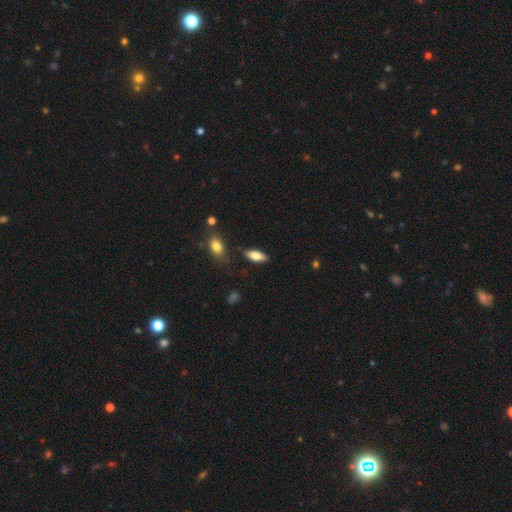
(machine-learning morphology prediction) smooth 75%, featured or disk 19%, star or artifact 6%. Down the decision tree: how rounded — in between (75%); merging — none (82%).